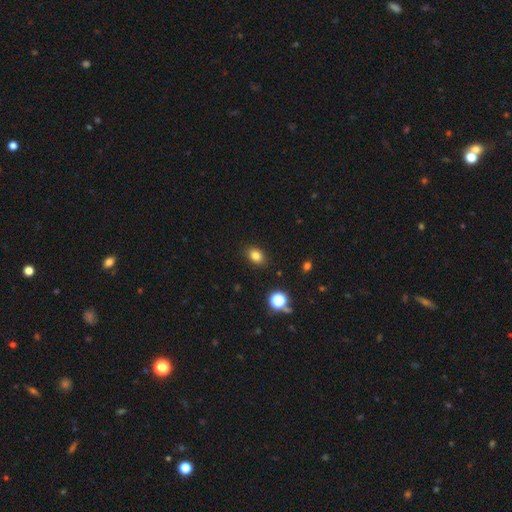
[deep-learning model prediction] Overall: smooth (81%). How rounded: in between (67%; round 32%). Merging: none (87%).